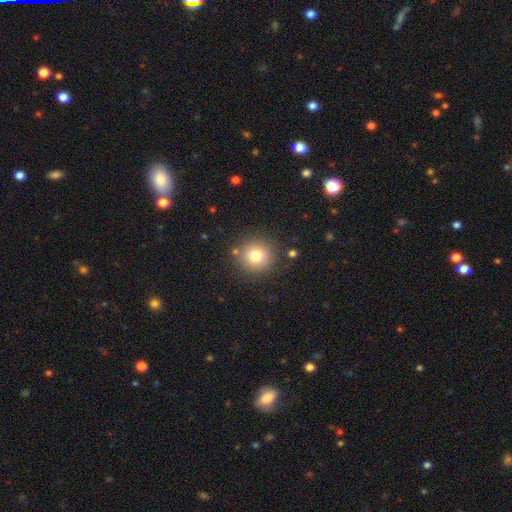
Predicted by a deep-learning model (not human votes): This appears to be a smooth galaxy with no disk features (78%) that is round (93%). Merging: none (86%).